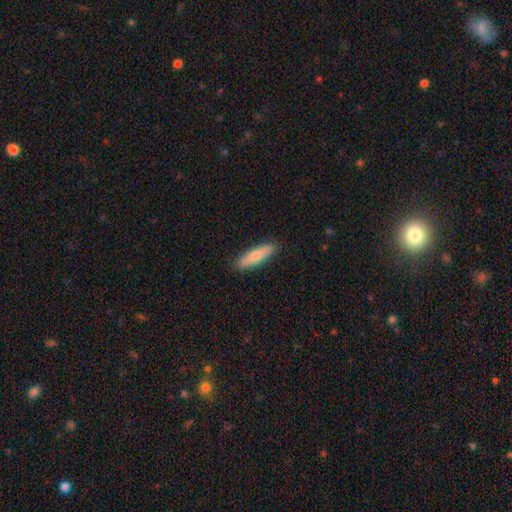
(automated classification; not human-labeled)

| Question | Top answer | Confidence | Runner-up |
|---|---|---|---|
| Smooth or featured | smooth | 75% | featured or disk (20%) |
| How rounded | cigar-shaped | 63% | in between (35%) |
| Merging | none | 89% | minor disturbance (8%) |